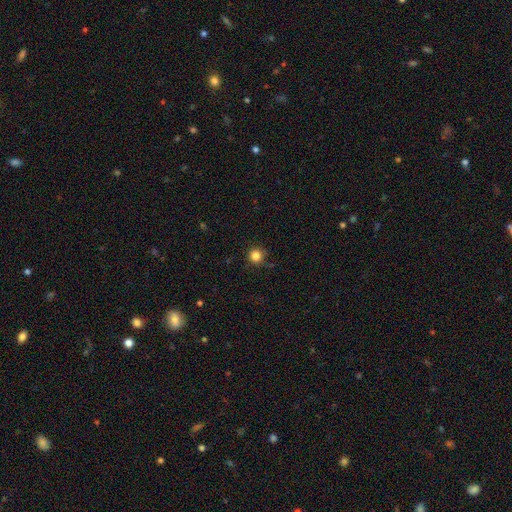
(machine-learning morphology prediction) smooth-or-featured: smooth: 84% | star or artifact: 12% | featured or disk: 4%
  how-rounded: round: 94% | in between: 5% | cigar-shaped: 1%
  merging: none: 85% | minor disturbance: 11% | major disturbance: 3% | merger: 2%